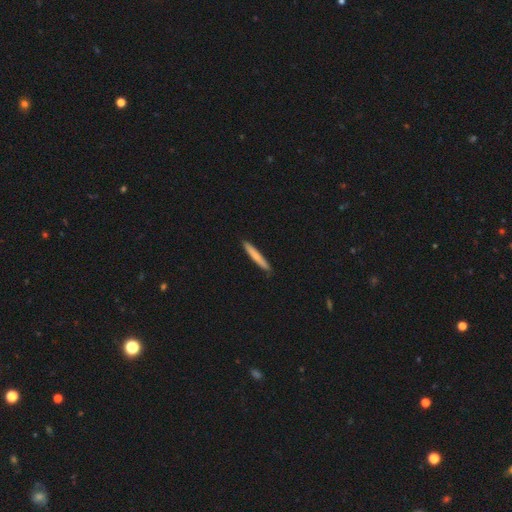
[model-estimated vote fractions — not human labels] Smooth or featured? Predicted: smooth (p=0.71). How rounded? Predicted: cigar-shaped (p=0.95). Merging? Predicted: none (p=0.90).